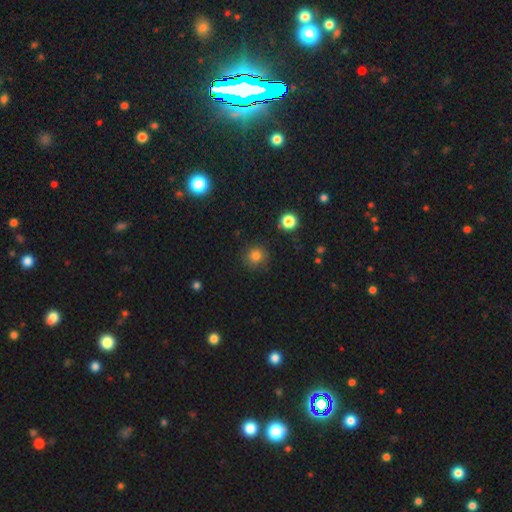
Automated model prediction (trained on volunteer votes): Smooth or featured?
  - smooth: 81% *
  - star or artifact: 14%
  - featured or disk: 5%
How rounded?
  - round: 90% *
  - in between: 9%
  - cigar-shaped: 1%
Merging?
  - none: 86% *
  - minor disturbance: 9%
  - major disturbance: 3%
  - merger: 2%